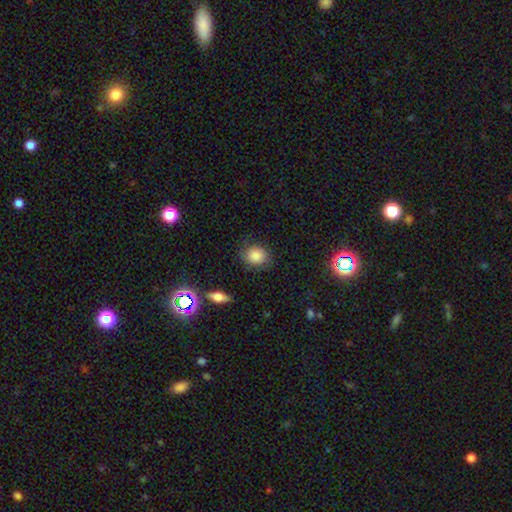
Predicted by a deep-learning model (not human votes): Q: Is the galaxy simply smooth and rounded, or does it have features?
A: smooth — 77%.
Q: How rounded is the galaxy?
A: round — 65%.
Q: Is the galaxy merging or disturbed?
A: none — 75%.